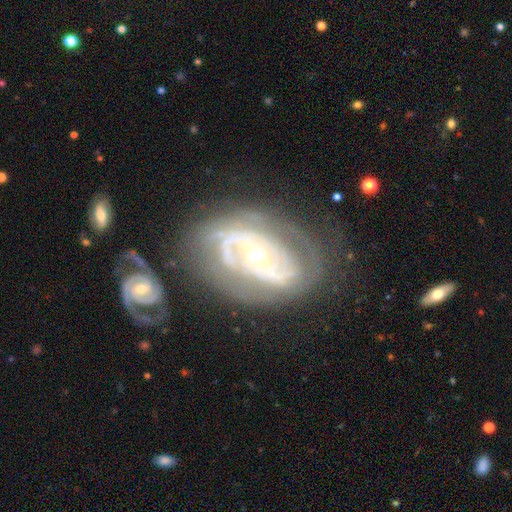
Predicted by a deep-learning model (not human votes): Overall: featured or disk (84%). Edge-on disk: no (95%). Bar: no (48%; weak 27%). Spiral arms: yes (77%). Spiral arm count: 2 (43%; can't tell 34%). Spiral winding: tight (59%; medium 30%). Bulge size: small (56%; moderate 40%). Merging: none (58%; minor disturbance 19%).